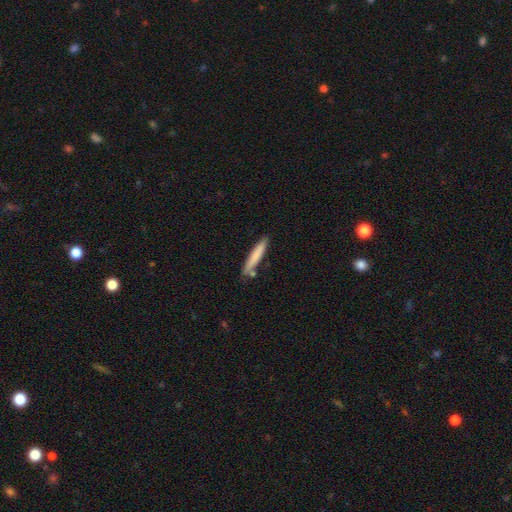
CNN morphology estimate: smooth 76%, featured or disk 18%, star or artifact 6%. Down the decision tree: how rounded — cigar-shaped (94%); merging — none (81%).